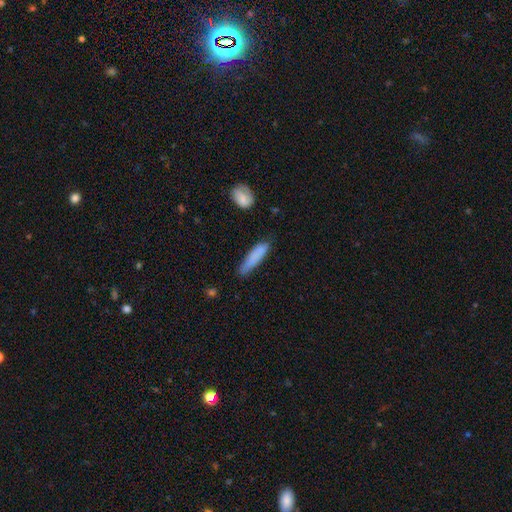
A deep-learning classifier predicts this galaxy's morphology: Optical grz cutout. It shows a smooth galaxy with no disk features (81%) that is cigar-shaped (80%). Merging: none (64%).